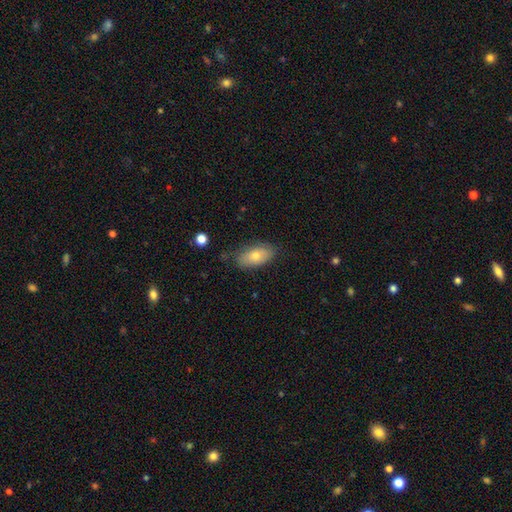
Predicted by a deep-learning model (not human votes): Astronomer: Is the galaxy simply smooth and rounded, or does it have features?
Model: smooth — 74%.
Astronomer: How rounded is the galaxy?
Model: in between — 91%.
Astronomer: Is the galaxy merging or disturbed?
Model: none — 75%.